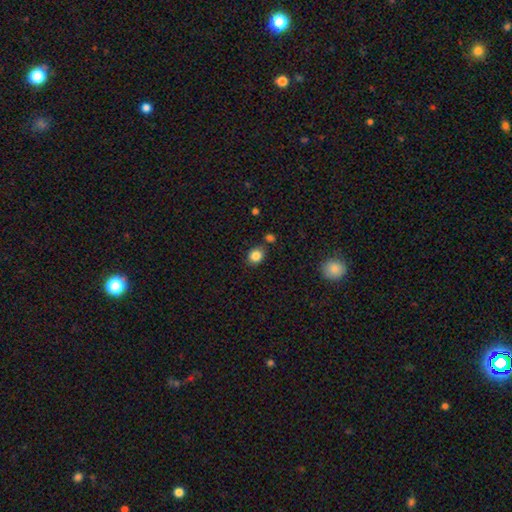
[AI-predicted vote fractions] This appears to be a smooth galaxy with no disk features (85%) that is round (65%). Merging: none (77%).